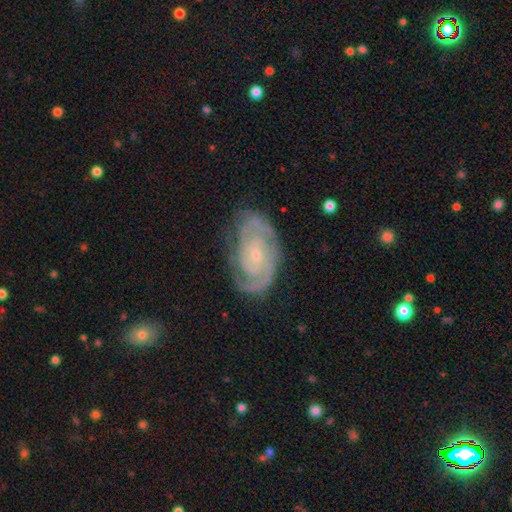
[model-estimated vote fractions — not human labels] This is clearly a featured or disk galaxy (91%). It is clearly not viewed edge-on (97%). Bar: likely no (68%). Spiral arm pattern: clearly yes (98%). Spiral arm count: likely 2 (72%). Spiral winding: likely tight (71%). Central bulge: likely small (75%). Merging: likely none (78%).